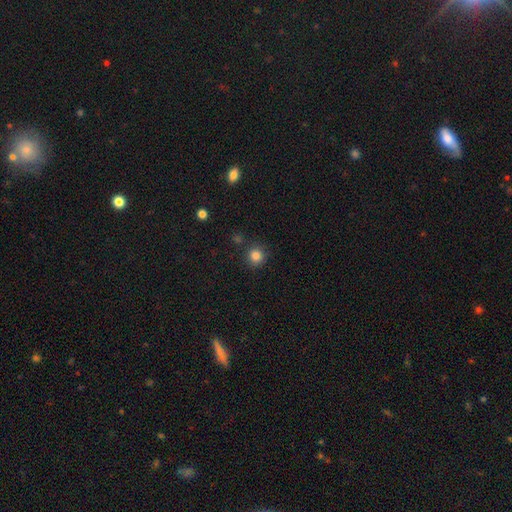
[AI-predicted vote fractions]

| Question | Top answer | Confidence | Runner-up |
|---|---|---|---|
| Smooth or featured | smooth | 84% | star or artifact (12%) |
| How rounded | round | 92% | in between (7%) |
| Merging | none | 84% | minor disturbance (9%) |